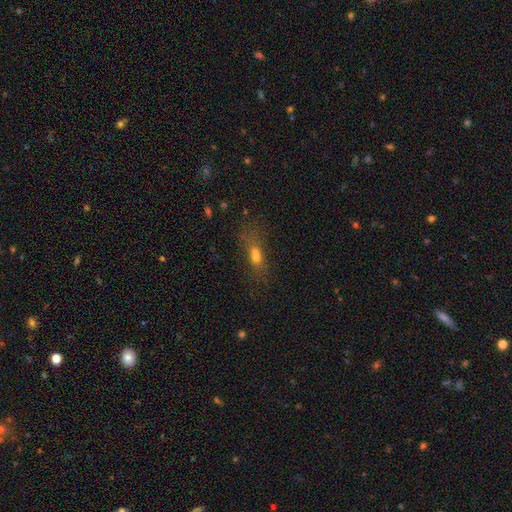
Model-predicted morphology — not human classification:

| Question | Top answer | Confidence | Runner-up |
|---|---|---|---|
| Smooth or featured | smooth | 56% | featured or disk (24%) |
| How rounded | in between | 55% | cigar-shaped (27%) |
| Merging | none | 37% | merger (35%) |